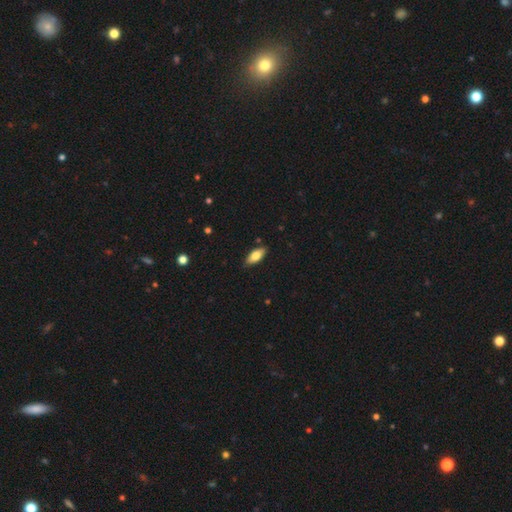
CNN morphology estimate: Q: Smooth or featured?
A: smooth (78%); runner-up: featured or disk (15%)
Q: How rounded?
A: in between (84%); runner-up: cigar-shaped (14%)
Q: Merging?
A: none (87%); runner-up: minor disturbance (10%)